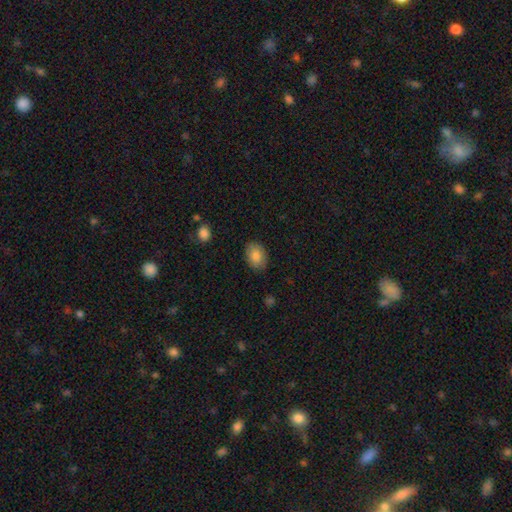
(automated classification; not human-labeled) smooth_or_featured: smooth (p=0.85) [alt: featured or disk p=0.08]
how_rounded: in between (p=0.81) [alt: round p=0.18]
merging: none (p=0.86) [alt: minor disturbance p=0.11]